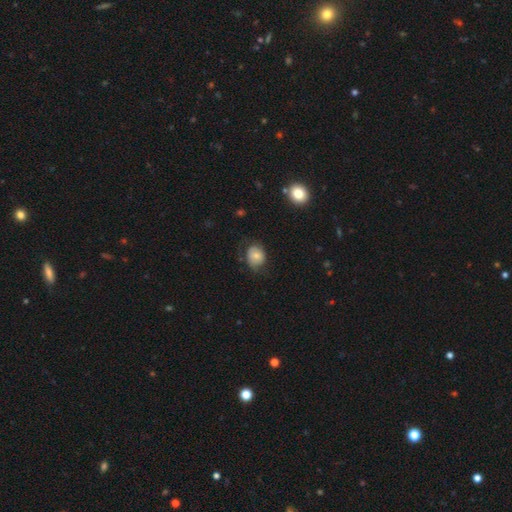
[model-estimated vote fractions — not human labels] The model was most divided on "how rounded": round: 60%, in between: 40%, cigar-shaped: 1%. More confident: smooth or featured — smooth (73%); merging — none (62%).